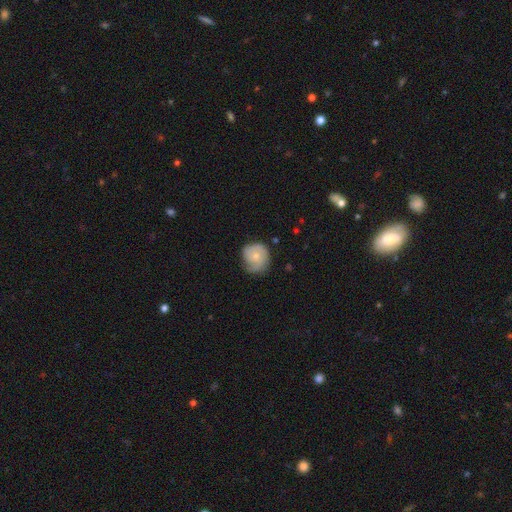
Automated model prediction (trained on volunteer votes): This appears to be a featured or disk galaxy (57%) with no bar (79%), spiral arms (86%) and a small central bulge (55%). Merging: none (60%).